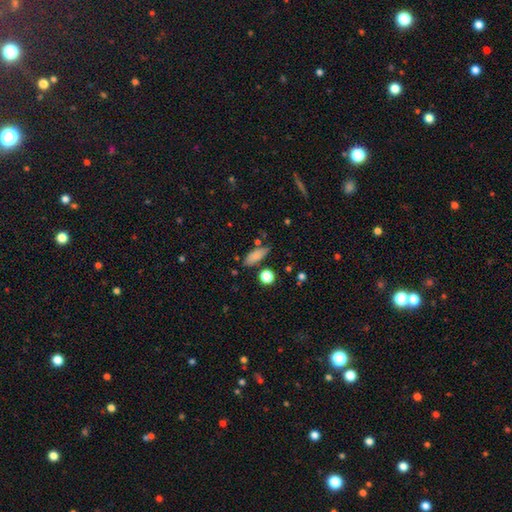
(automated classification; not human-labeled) smooth 82%, star or artifact 9%, featured or disk 9%. Down the decision tree: how rounded — in between (67%); merging — none (72%).